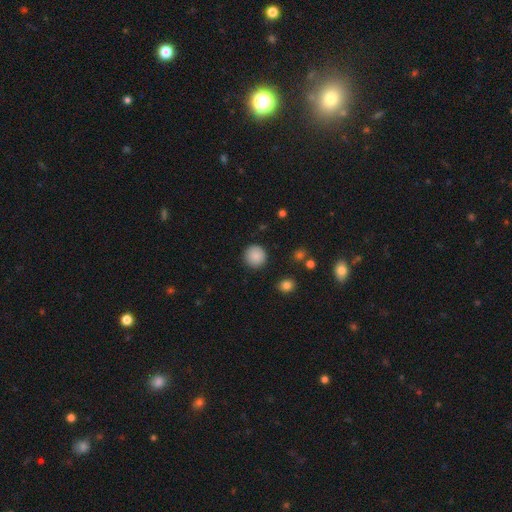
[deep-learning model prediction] This appears to be a smooth galaxy with no disk features (88%) that is round (95%). Merging: none (90%).